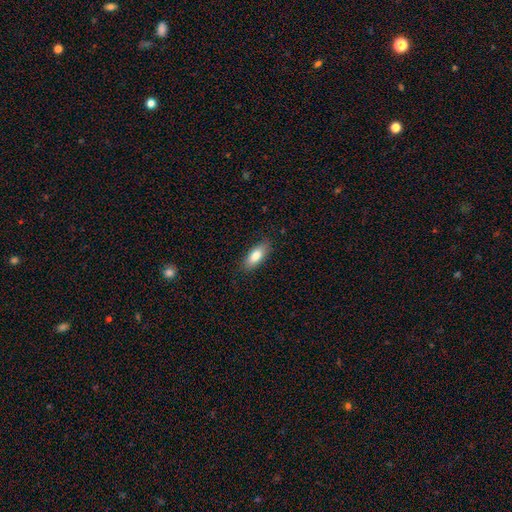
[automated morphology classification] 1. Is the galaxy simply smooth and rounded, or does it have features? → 82% smooth, 11% featured or disk, 6% star or artifact.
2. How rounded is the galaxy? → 80% in between, 18% cigar-shaped, 2% round.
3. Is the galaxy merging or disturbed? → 85% none, 11% minor disturbance, 2% major disturbance, 1% merger.